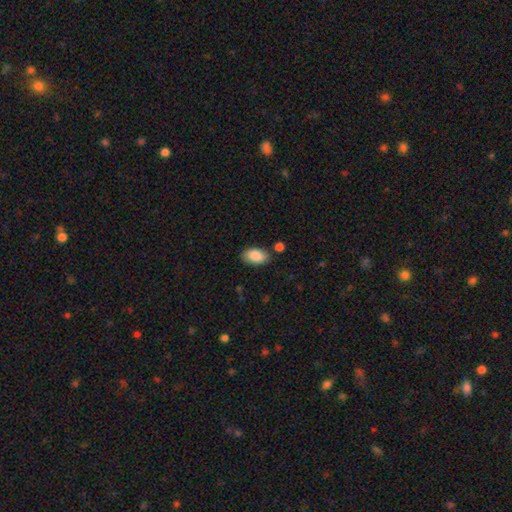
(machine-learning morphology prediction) smooth-or-featured: smooth: 88% | star or artifact: 7% | featured or disk: 5%
  how-rounded: in between: 93% | round: 5% | cigar-shaped: 2%
  merging: none: 78% | minor disturbance: 14% | merger: 5% | major disturbance: 3%